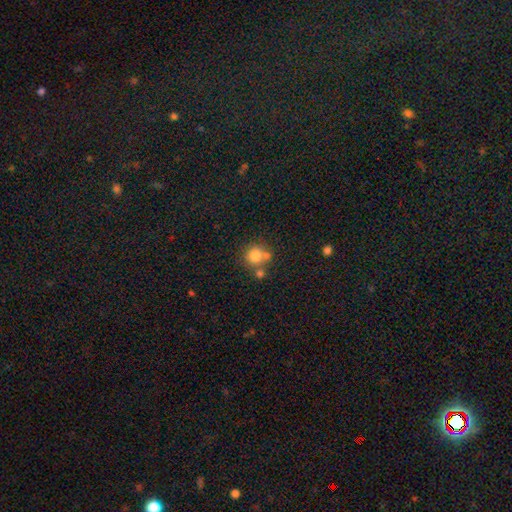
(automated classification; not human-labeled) Morphology: type=smooth (78%); roundness=round (87%); merging=none (56%).